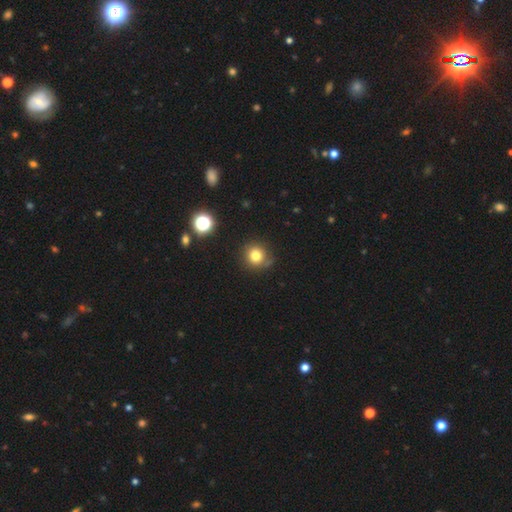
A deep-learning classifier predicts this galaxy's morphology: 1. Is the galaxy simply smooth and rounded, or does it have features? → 78% smooth, 14% star or artifact, 8% featured or disk.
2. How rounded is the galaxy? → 90% round, 9% in between, 1% cigar-shaped.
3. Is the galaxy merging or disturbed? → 79% none, 14% minor disturbance, 4% major disturbance, 3% merger.